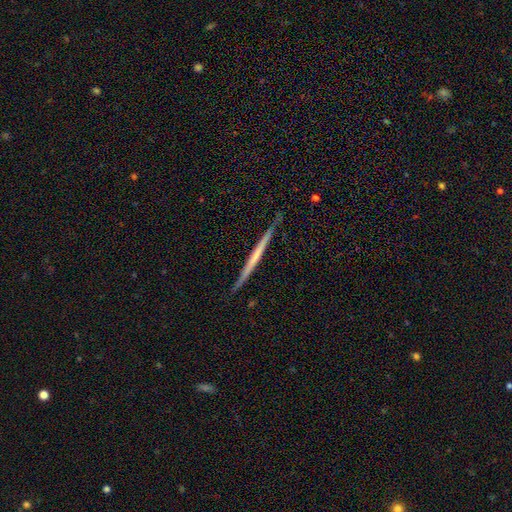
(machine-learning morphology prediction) The model was most divided on "smooth or featured": featured or disk: 58%, smooth: 36%, star or artifact: 5%. More confident: edge-on disk — yes (98%); merging — none (88%); edge-on bulge — none (87%).